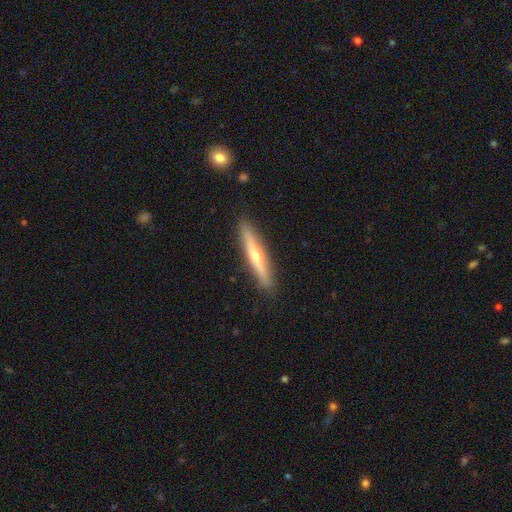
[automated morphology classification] type=featured or disk (62%); edge-on=yes (95%); edge-on bulge=rounded (84%); merging=none (91%).